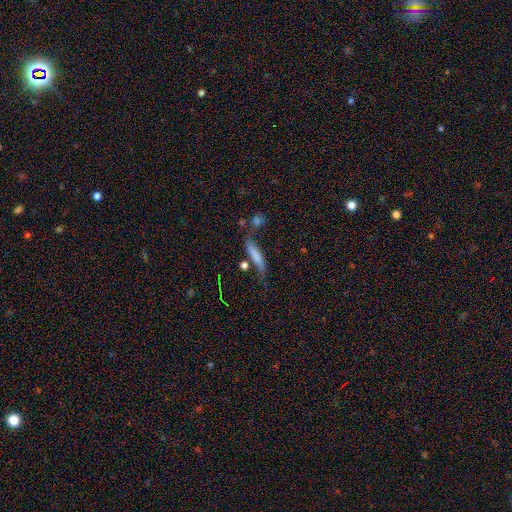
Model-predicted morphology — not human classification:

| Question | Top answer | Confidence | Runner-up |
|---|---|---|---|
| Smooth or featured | smooth | 67% | featured or disk (24%) |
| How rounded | cigar-shaped | 80% | in between (17%) |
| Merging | none | 56% | minor disturbance (22%) |